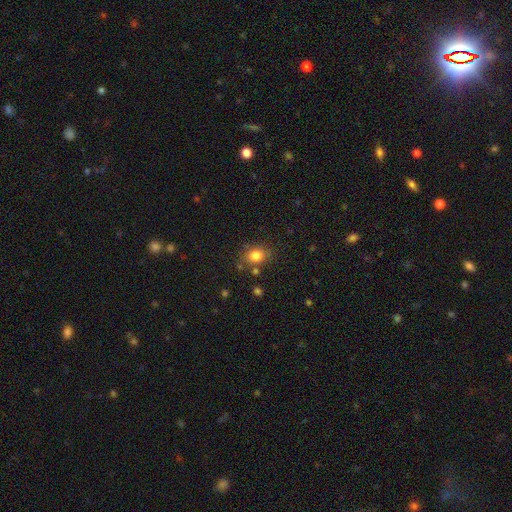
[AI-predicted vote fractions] A smooth galaxy with no disk features (81%) that is round (58%). Merging: none (75%).